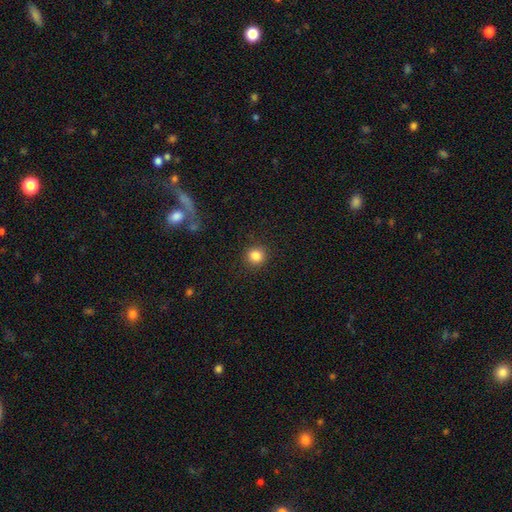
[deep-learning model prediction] Q: Smooth or featured?
A: smooth (85%); runner-up: star or artifact (11%)
Q: How rounded?
A: round (90%); runner-up: in between (9%)
Q: Merging?
A: none (90%); runner-up: minor disturbance (7%)